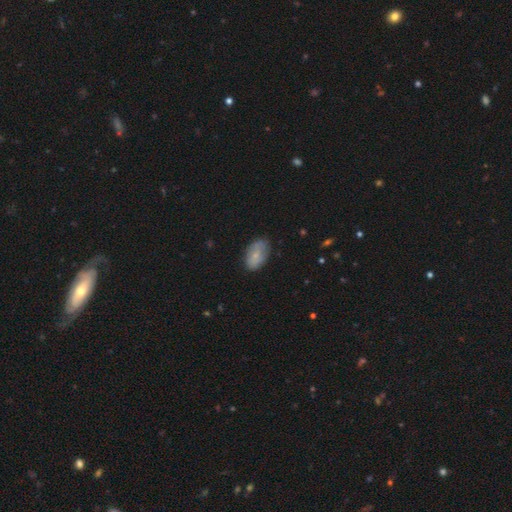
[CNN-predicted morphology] Q: Smooth or featured?
A: smooth (68%); runner-up: featured or disk (25%)
Q: How rounded?
A: in between (92%); runner-up: round (6%)
Q: Merging?
A: none (75%); runner-up: minor disturbance (19%)